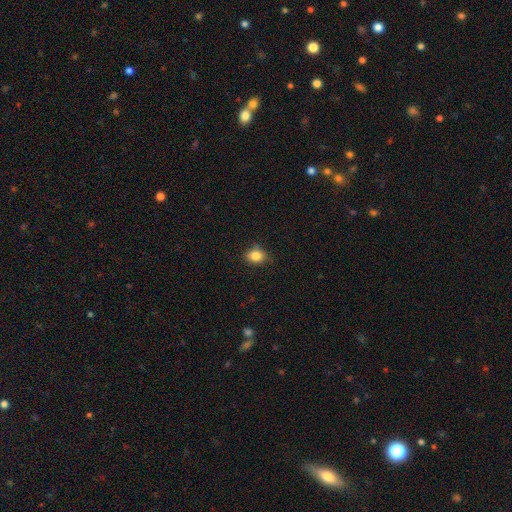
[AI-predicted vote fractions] A smooth galaxy with no disk features (84%) that is in between round and cigar-shaped (53%). Merging: none (76%).